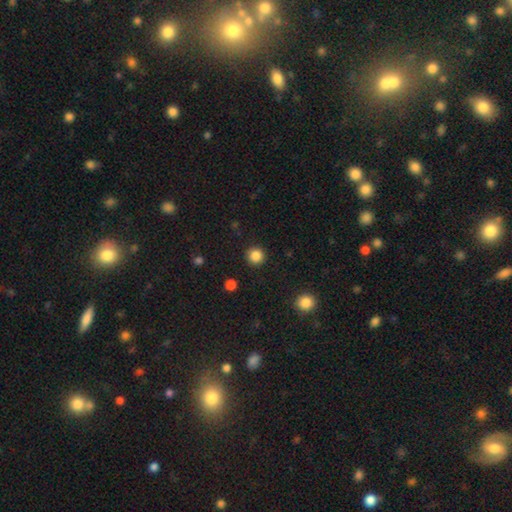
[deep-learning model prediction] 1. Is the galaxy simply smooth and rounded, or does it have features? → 86% smooth, 11% star or artifact, 3% featured or disk.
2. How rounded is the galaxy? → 95% round, 4% in between, 1% cigar-shaped.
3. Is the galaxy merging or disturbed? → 92% none, 5% minor disturbance, 2% major disturbance, 1% merger.